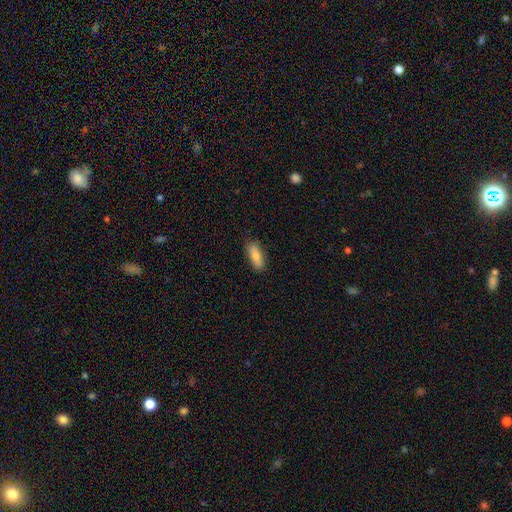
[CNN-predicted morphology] This appears to be a smooth galaxy with no disk features (83%) that is in between round and cigar-shaped (66%). Merging: none (85%).